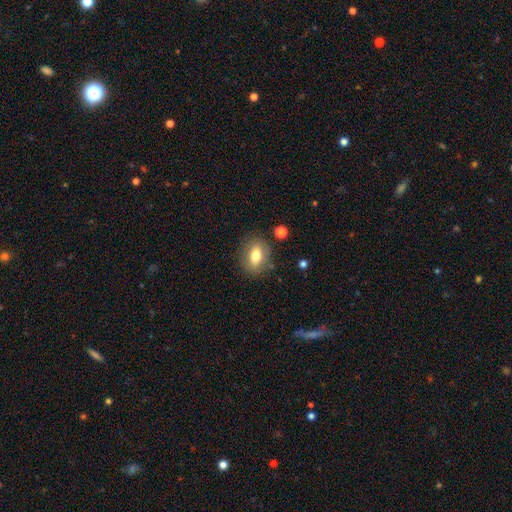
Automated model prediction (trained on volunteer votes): A smooth galaxy with no disk features (71%) that is in between round and cigar-shaped (68%).

Vote fractions:
- Smooth or featured? smooth: 71% / featured or disk: 20% / star or artifact: 9%
- How rounded? in between: 68% / round: 29% / cigar-shaped: 2%
- Merging? none: 81% / minor disturbance: 13% / major disturbance: 4% / merger: 3%